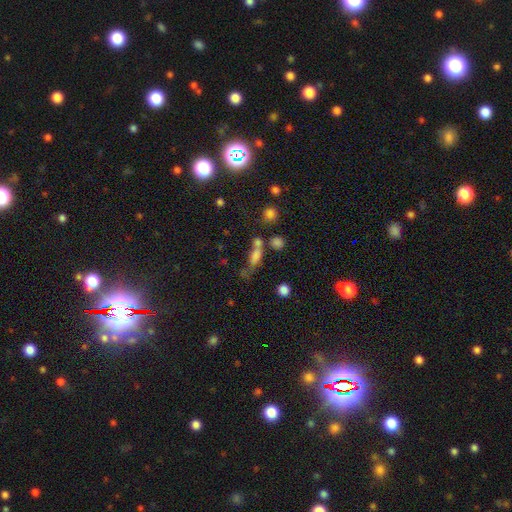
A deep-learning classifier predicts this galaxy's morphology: Smooth or featured? smooth (66%)
How rounded? in between (56%)
Merging? merger (35%)